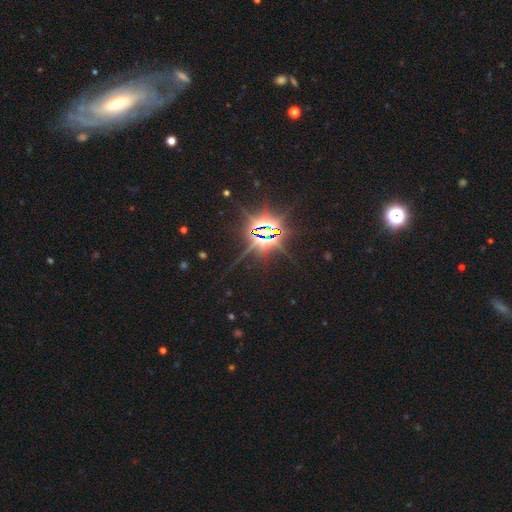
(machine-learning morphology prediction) A star or artifact, not a galaxy (85%).